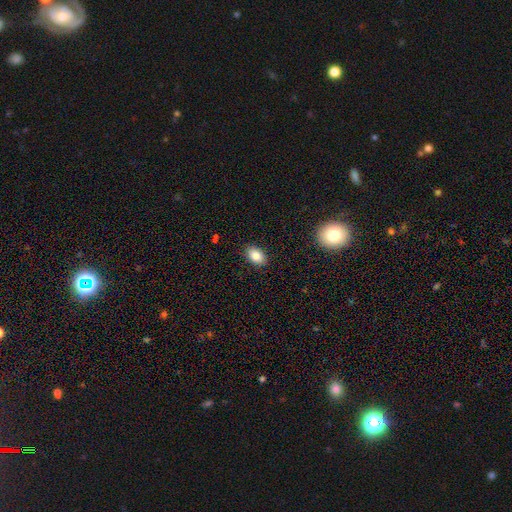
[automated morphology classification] smooth_or_featured: smooth (p=0.85) [alt: star or artifact p=0.09]
how_rounded: in between (p=0.85) [alt: round p=0.13]
merging: none (p=0.88) [alt: minor disturbance p=0.09]